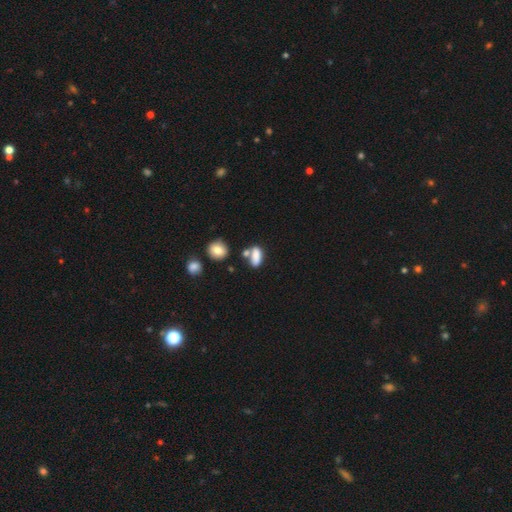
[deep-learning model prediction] Smooth or featured?
  - smooth: 81% *
  - star or artifact: 10%
  - featured or disk: 9%
How rounded?
  - in between: 78% *
  - cigar-shaped: 14%
  - round: 9%
Merging?
  - none: 52% *
  - merger: 25%
  - minor disturbance: 17%
  - major disturbance: 6%